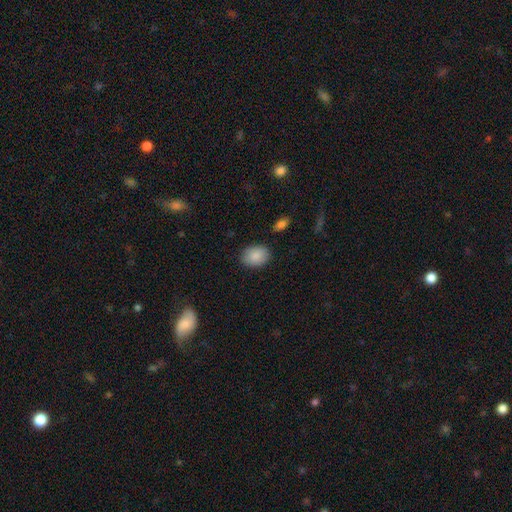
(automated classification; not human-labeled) Overall: smooth (89%). How rounded: in between (72%). Merging: none (85%).